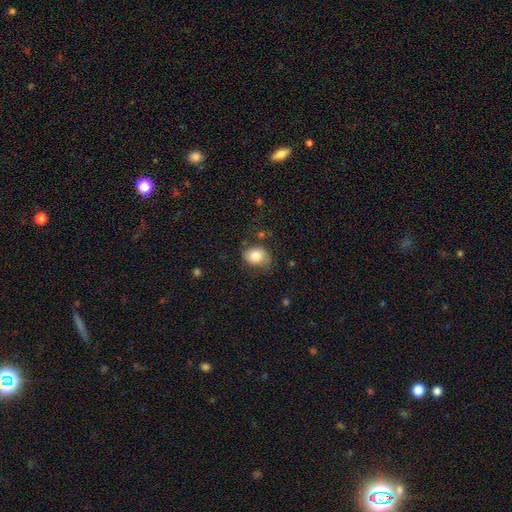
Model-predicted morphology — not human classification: This is clearly a smooth galaxy (82%). How rounded: possibly in between (56%). Merging: possibly none (57%).